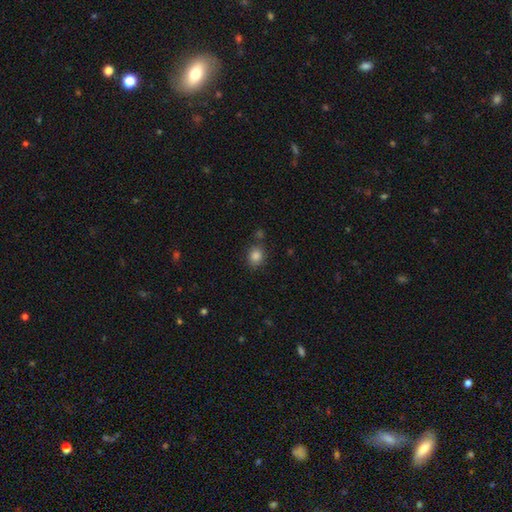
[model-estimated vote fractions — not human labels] Smooth or featured? smooth (85%)
How rounded? round (72%)
Merging? none (76%)